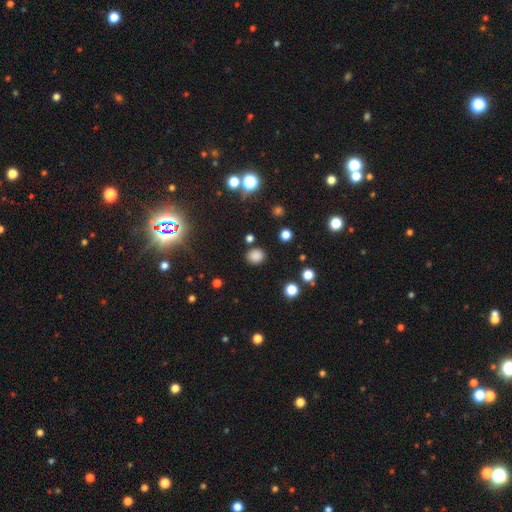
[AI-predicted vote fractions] The model was most divided on "how rounded": round: 76%, in between: 23%, cigar-shaped: 1%. More confident: merging — none (85%); smooth or featured — smooth (81%).